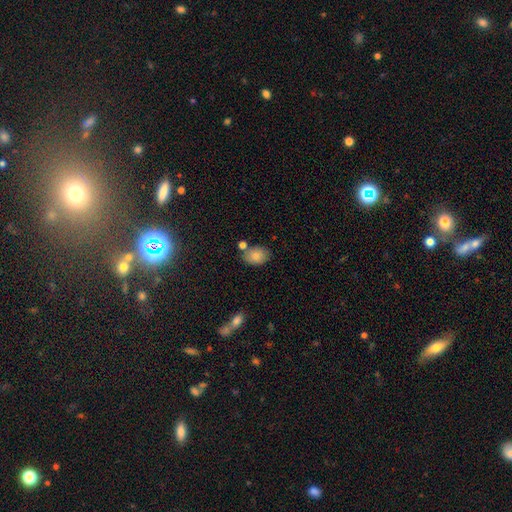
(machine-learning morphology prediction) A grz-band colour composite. It shows a smooth galaxy with no disk features (84%) that is in between round and cigar-shaped (77%). Merging: none (68%).